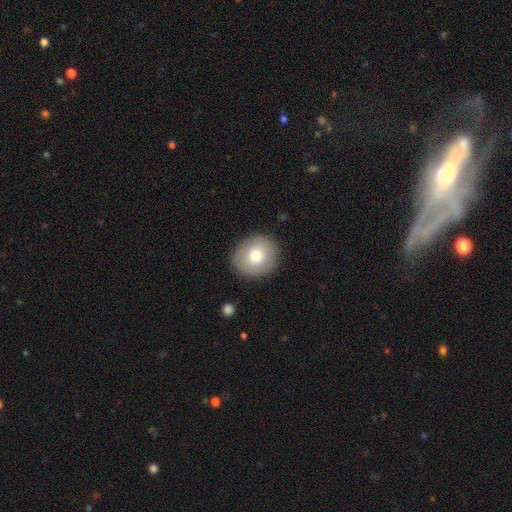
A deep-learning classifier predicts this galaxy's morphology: The model was most divided on "how rounded": round: 78%, in between: 21%, cigar-shaped: 1%. More confident: merging — none (89%); smooth or featured — smooth (77%).